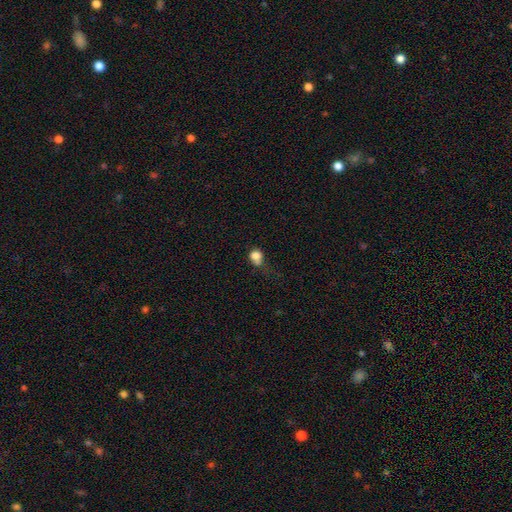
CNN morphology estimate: Overall: smooth (79%). How rounded: round (68%; in between 31%). Merging: none (37%; minor disturbance 29%).